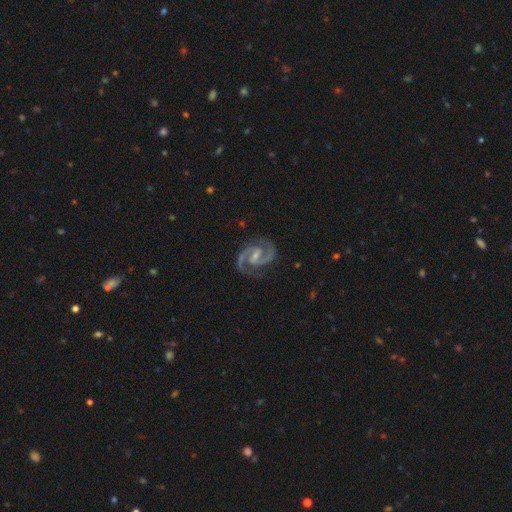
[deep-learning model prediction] Smooth or featured?
  - featured or disk: 94% *
  - star or artifact: 4%
  - smooth: 2%
Edge-on disk?
  - no: 98% *
  - yes: 2%
Bar?
  - weak: 53% *
  - strong: 30%
  - no: 17%
Spiral arms?
  - yes: 99% *
  - no: 1%
Spiral winding?
  - medium: 66% *
  - tight: 24%
  - loose: 10%
Spiral arm count?
  - 2: 94% *
  - 3: 2%
  - can't tell: 1%
  - 1: 1%
  - 4: 1%
  - more than 4: 1%
Bulge size?
  - small: 52% *
  - moderate: 28%
  - none: 17%
  - large: 2%
  - dominant: 1%
Merging?
  - none: 83% *
  - minor disturbance: 12%
  - major disturbance: 3%
  - merger: 1%